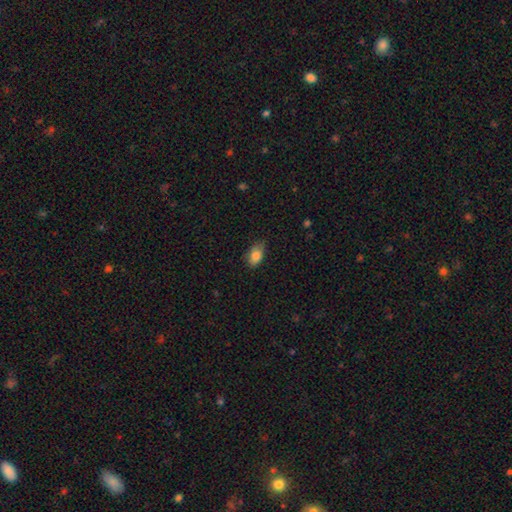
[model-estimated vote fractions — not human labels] Smooth or featured: smooth — 85% (star or artifact — 8%)
How rounded: in between — 89% (round — 8%)
Merging: none — 66% (minor disturbance — 29%)